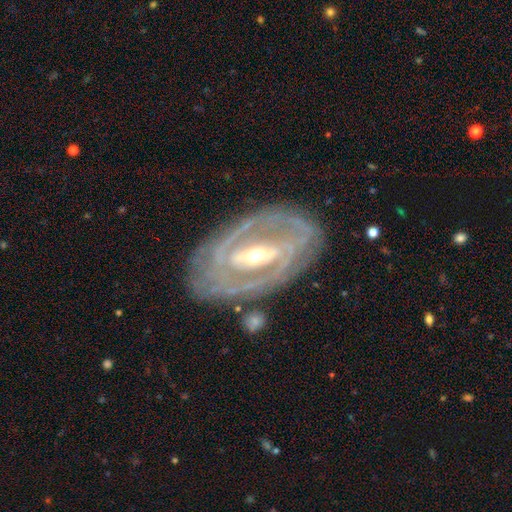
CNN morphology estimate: smooth-or-featured: featured or disk: 89% | smooth: 7% | star or artifact: 4%
  disk-edge-on: no: 94% | yes: 6%
    bar: strong: 54% | weak: 30% | no: 16%
    has-spiral-arms: yes: 88% | no: 12%
      spiral-winding: tight: 64% | medium: 28% | loose: 8%
      spiral-arm-count: 2: 58% | can't tell: 20% | 3: 11% | 1: 4% | 4: 4% | more than 4: 4%
    bulge-size: moderate: 61% | small: 32% | large: 4% | dominant: 1% | none: 1%
  merging: none: 77% | minor disturbance: 15% | major disturbance: 6% | merger: 2%